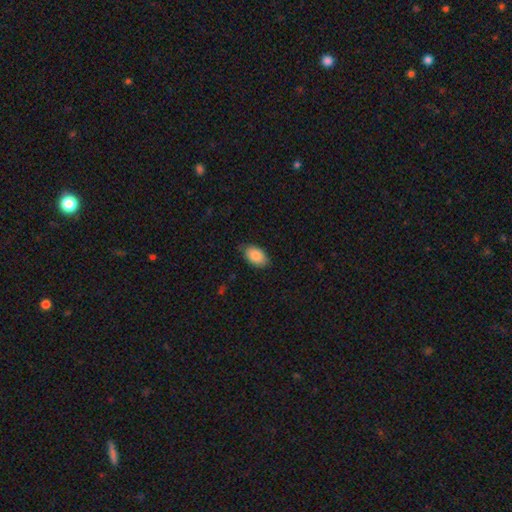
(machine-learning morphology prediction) A smooth galaxy with no disk features (87%) that is in between round and cigar-shaped (92%). Merging: none (78%).